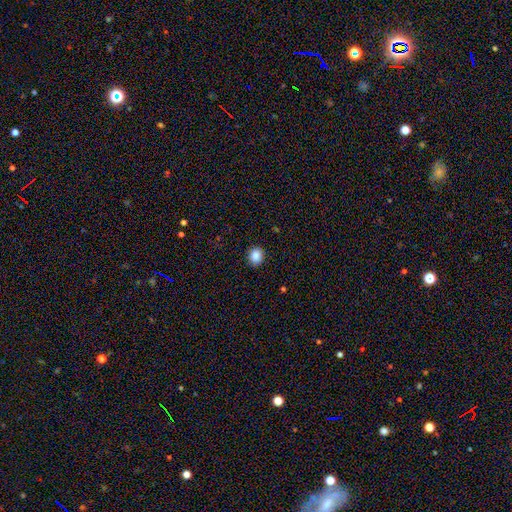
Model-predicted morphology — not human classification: Smooth or featured: smooth — 87% (star or artifact — 9%)
How rounded: round — 69% (in between — 30%)
Merging: none — 90% (minor disturbance — 7%)